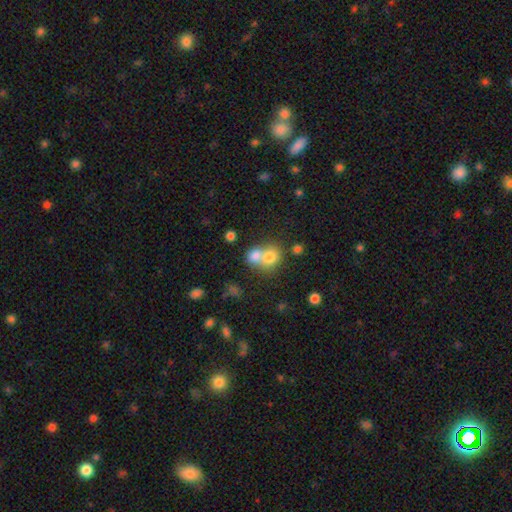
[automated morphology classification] smooth_or_featured: smooth (p=0.75) [alt: featured or disk p=0.14]
how_rounded: round (p=0.67) [alt: in between p=0.32]
merging: merger (p=0.65) [alt: none p=0.27]